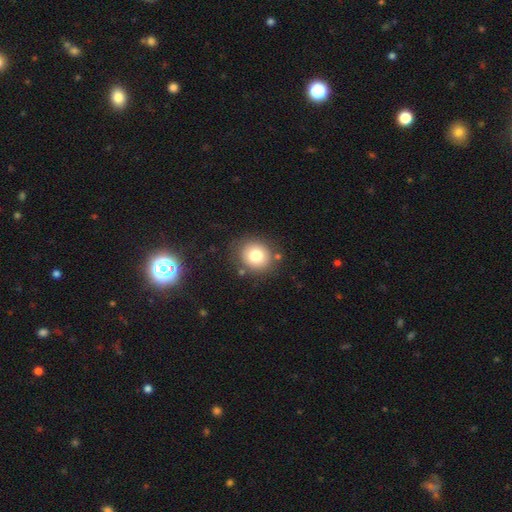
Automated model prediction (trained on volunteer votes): smooth 77%, featured or disk 12%, star or artifact 11%. Down the decision tree: how rounded — round (82%); merging — none (81%).